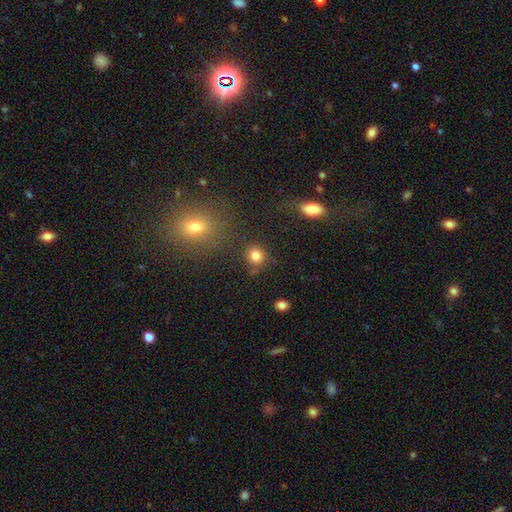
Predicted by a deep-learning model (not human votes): Smooth or featured? smooth (83%)
How rounded? round (82%)
Merging? none (82%)